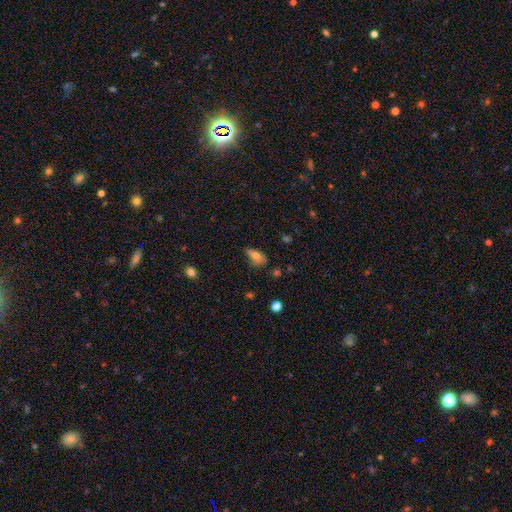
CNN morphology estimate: The model was most divided on "merging": none: 42%, minor disturbance: 36%, major disturbance: 18%, merger: 5%. More confident: how rounded — in between (84%); smooth or featured — smooth (68%).